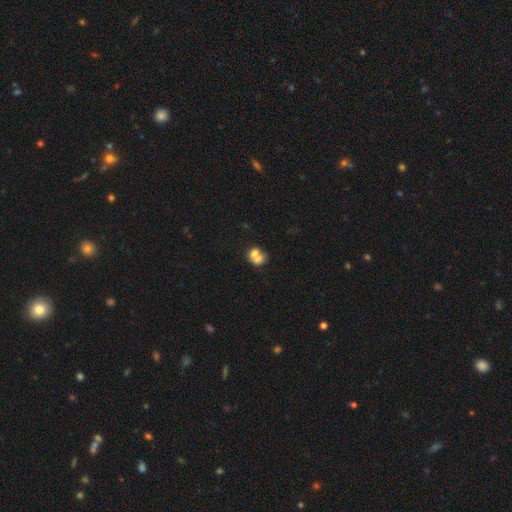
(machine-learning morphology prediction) Smooth or featured: smooth — 65% (featured or disk — 24%)
How rounded: round — 59% (in between — 40%)
Merging: merger — 63% (none — 25%)